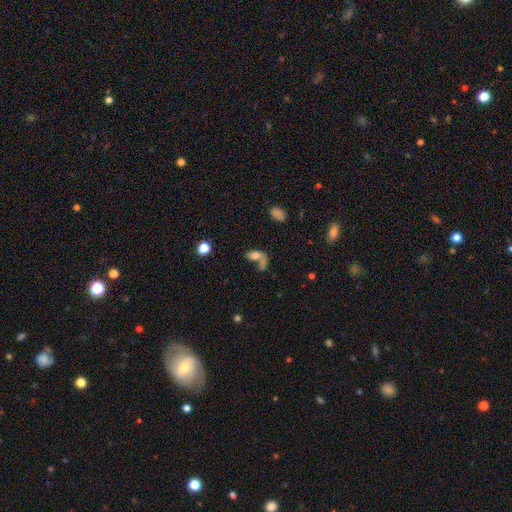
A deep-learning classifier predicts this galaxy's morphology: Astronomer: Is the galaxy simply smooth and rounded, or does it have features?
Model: smooth — 63%.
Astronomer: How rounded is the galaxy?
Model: in between — 80%.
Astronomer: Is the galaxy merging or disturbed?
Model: merger — 45% (runner-up: none, 26%).